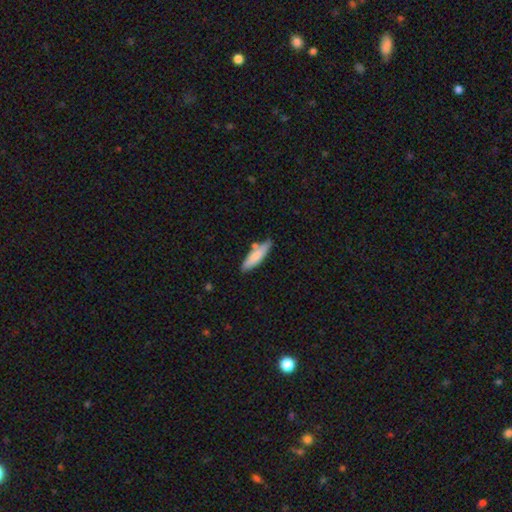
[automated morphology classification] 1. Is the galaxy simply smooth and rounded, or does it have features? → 76% smooth, 18% featured or disk, 6% star or artifact.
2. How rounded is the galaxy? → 65% cigar-shaped, 34% in between, 2% round.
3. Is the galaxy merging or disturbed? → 72% none, 16% minor disturbance, 9% merger, 3% major disturbance.